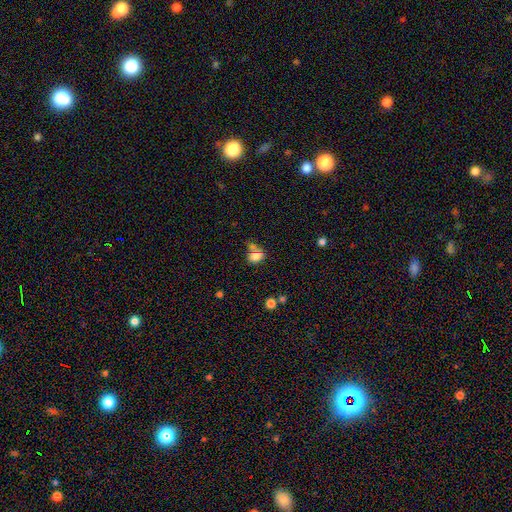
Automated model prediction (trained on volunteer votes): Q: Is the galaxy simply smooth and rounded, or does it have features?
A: smooth — 75%.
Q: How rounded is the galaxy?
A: in between — 68%.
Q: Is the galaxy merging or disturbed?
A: none — 39%.